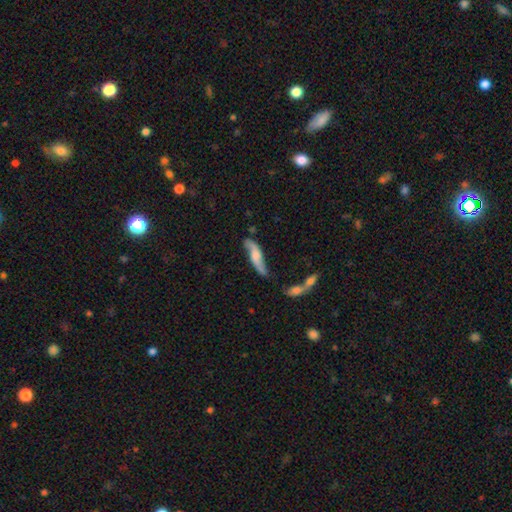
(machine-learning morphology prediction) A featured or disk galaxy (62%).

Vote fractions:
- Smooth or featured? featured or disk: 62% / smooth: 32% / star or artifact: 6%
- Edge-on disk? no: 68% / yes: 32%
- Merging? none: 59% / minor disturbance: 22% / merger: 10% / major disturbance: 9%